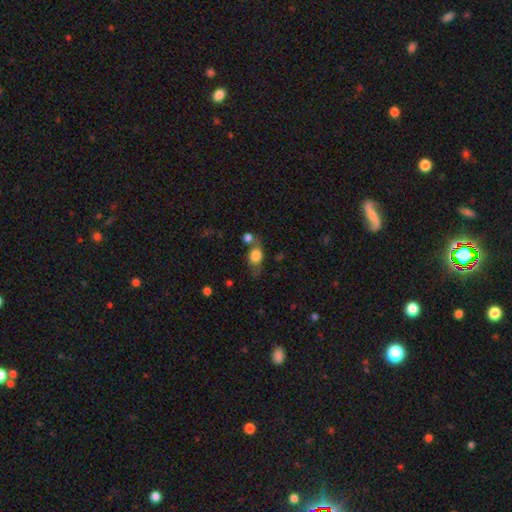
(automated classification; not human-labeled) Q: Smooth or featured?
A: smooth (76%); runner-up: featured or disk (15%)
Q: How rounded?
A: in between (60%); runner-up: round (36%)
Q: Merging?
A: none (48%); runner-up: merger (25%)